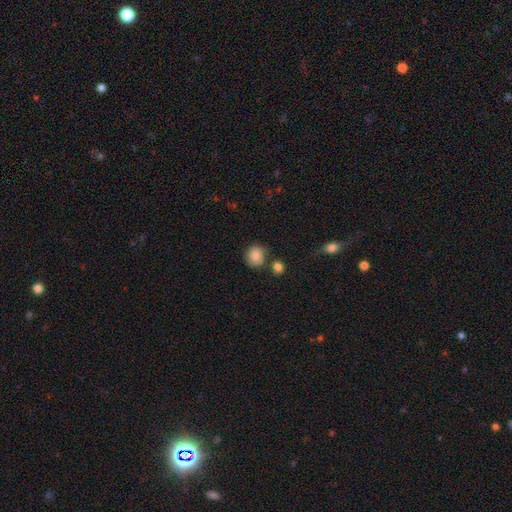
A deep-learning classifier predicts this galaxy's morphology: A smooth galaxy with no disk features (86%) that is round (77%). Merging: none (74%).